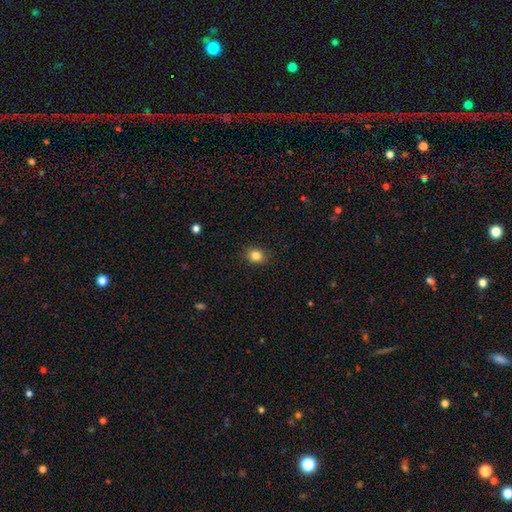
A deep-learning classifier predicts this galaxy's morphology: smooth 84%, star or artifact 11%, featured or disk 5%. Down the decision tree: how rounded — round (64%); merging — none (88%).